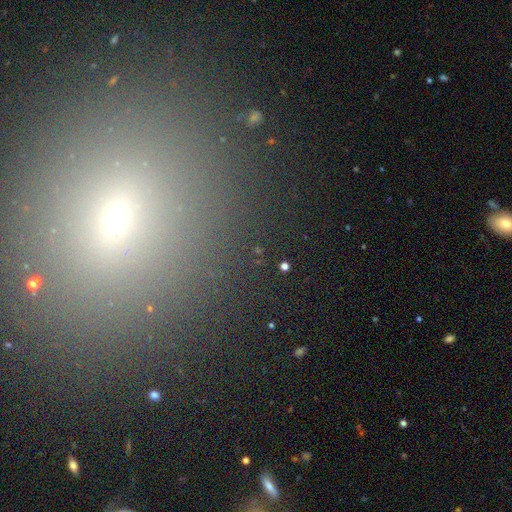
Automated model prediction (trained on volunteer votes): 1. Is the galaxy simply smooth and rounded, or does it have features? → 48% smooth, 37% star or artifact, 14% featured or disk.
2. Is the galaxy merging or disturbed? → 87% none, 7% minor disturbance, 3% major disturbance, 2% merger.